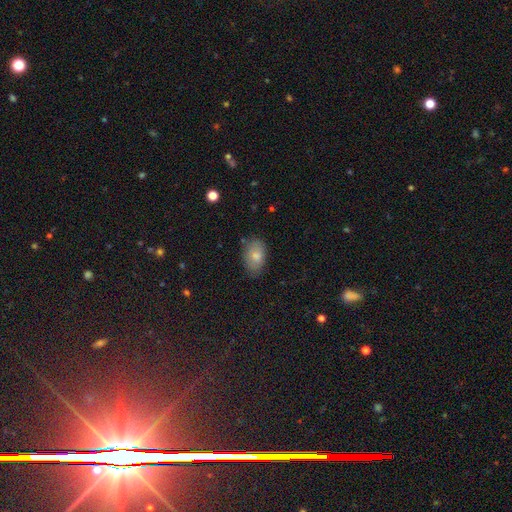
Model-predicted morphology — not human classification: This appears to be a smooth galaxy with no disk features (81%) that is in between round and cigar-shaped (90%). Merging: none (77%).